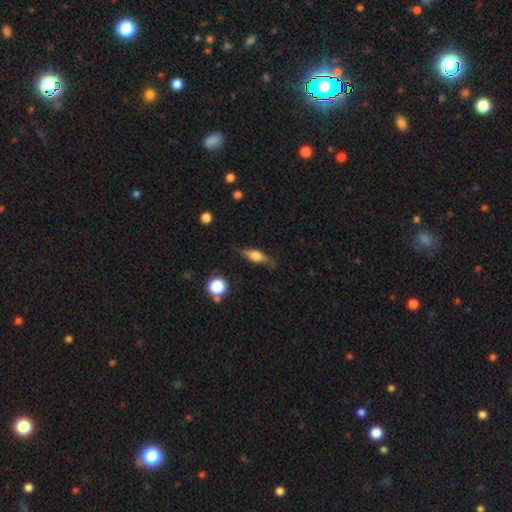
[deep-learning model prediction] Overall: featured or disk (49%; smooth 43%). Merging: none (75%).